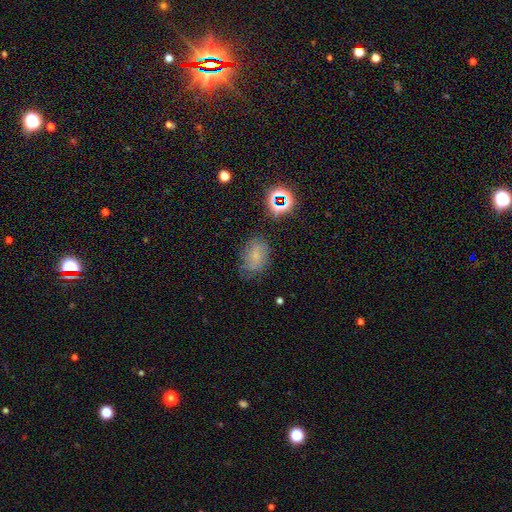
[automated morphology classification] Smooth or featured? Predicted: smooth (p=0.54). How rounded? Predicted: in between (p=0.67). Merging? Predicted: none (p=0.66).